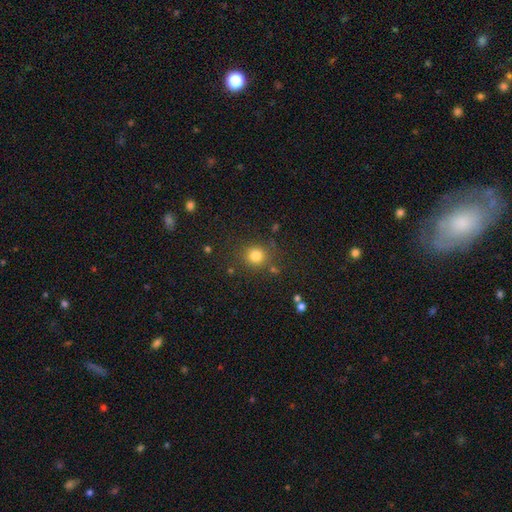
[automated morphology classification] The model was most divided on "smooth or featured": smooth: 80%, star or artifact: 14%, featured or disk: 6%. More confident: how rounded — round (89%); merging — none (81%).